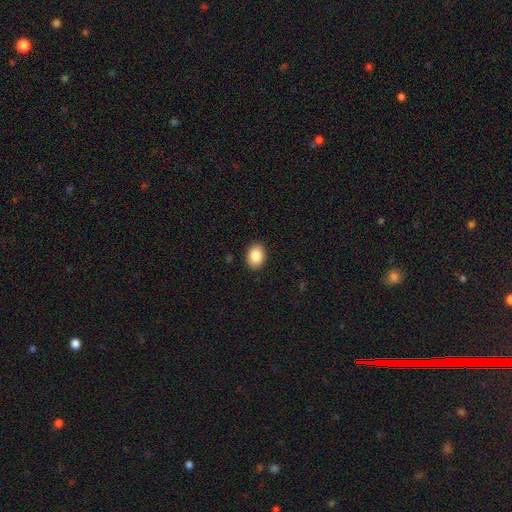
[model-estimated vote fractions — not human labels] Overall: smooth (87%). How rounded: in between (72%). Merging: none (90%).